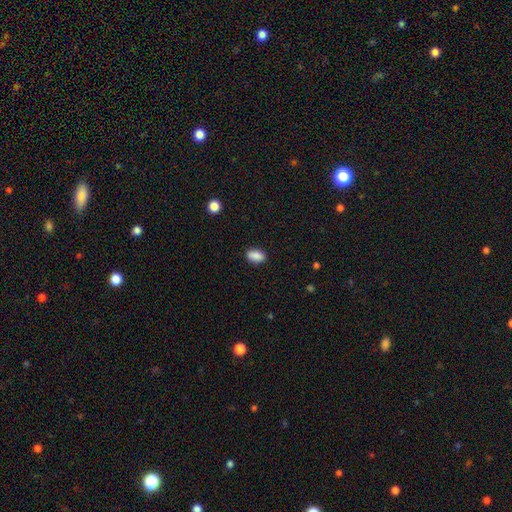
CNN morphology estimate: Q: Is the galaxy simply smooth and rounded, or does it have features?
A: smooth — 88%.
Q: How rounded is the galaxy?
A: in between — 89%.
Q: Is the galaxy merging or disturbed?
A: none — 88%.